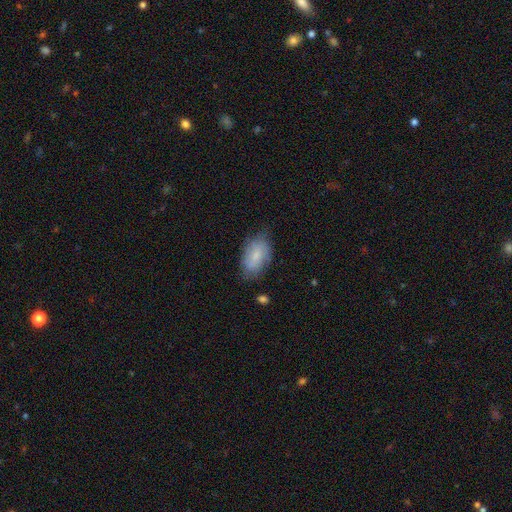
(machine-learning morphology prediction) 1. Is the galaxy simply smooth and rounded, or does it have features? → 69% smooth, 25% featured or disk, 7% star or artifact.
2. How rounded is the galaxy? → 92% in between, 5% round, 2% cigar-shaped.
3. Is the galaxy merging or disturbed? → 68% none, 24% minor disturbance, 6% major disturbance, 2% merger.